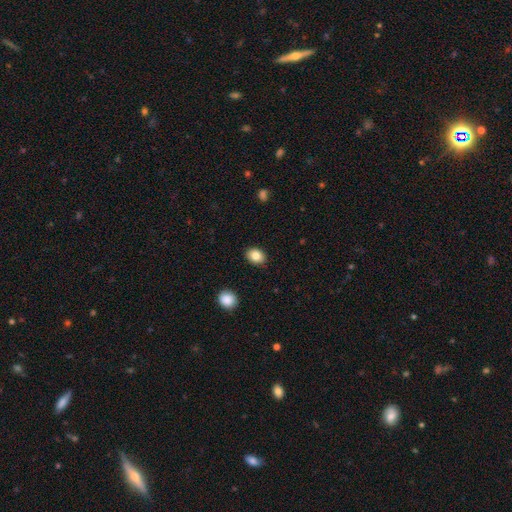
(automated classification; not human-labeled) smooth 84%, star or artifact 9%, featured or disk 7%. Down the decision tree: how rounded — in between (61%); merging — none (89%).